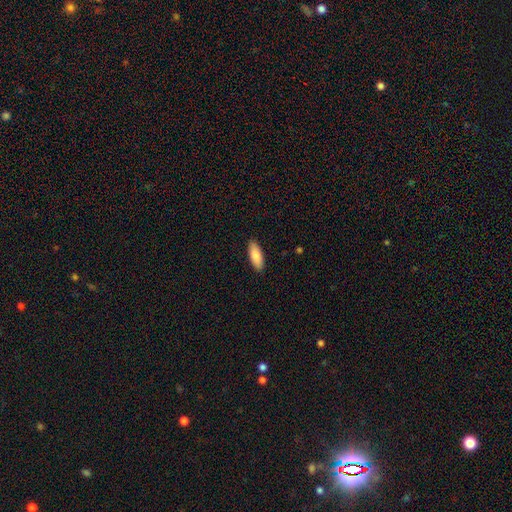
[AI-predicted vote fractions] Overall: smooth (87%). How rounded: in between (70%). Merging: none (90%).